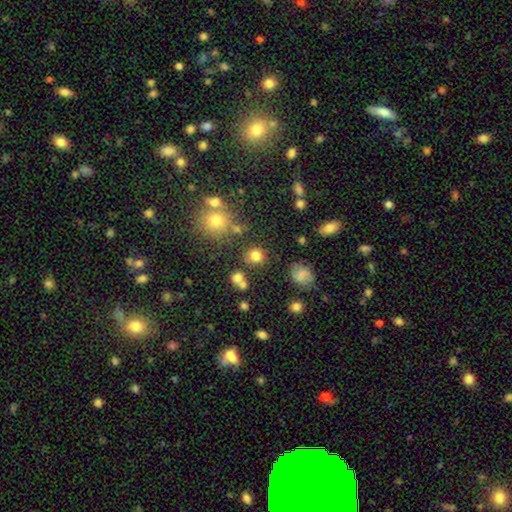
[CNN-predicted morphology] This is likely a smooth galaxy (78%). How rounded: clearly round (84%). Merging: likely none (76%).